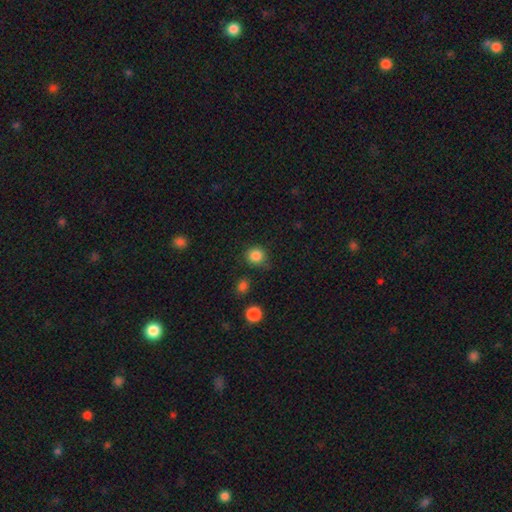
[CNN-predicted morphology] The model was most divided on "merging": none: 79%, minor disturbance: 14%, major disturbance: 4%, merger: 3%. More confident: how rounded — round (89%); smooth or featured — smooth (86%).